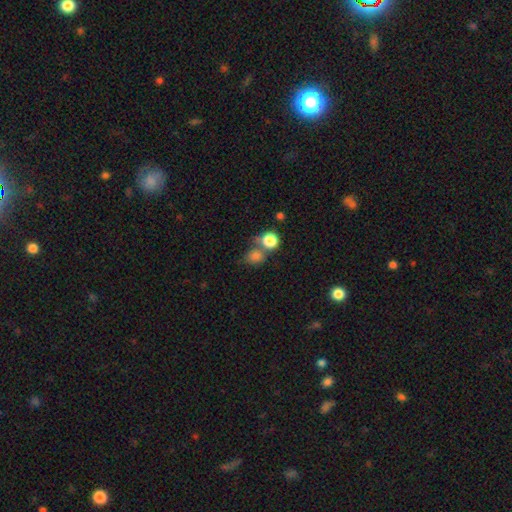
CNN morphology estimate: This is likely a smooth galaxy (78%). How rounded: likely round (68%). Merging: possibly none (49%).